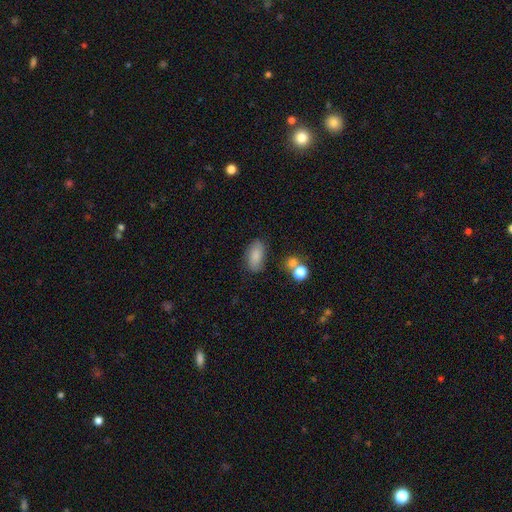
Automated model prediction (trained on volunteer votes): Smooth or featured? smooth (78%)
How rounded? in between (91%)
Merging? none (73%)